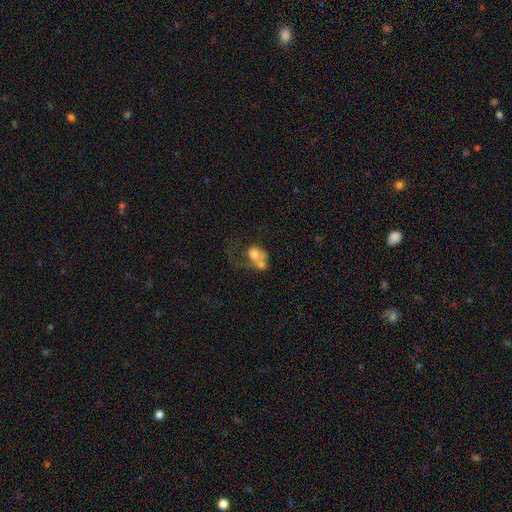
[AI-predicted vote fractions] Smooth or featured? smooth (54%)
How rounded? in between (50%)
Merging? merger (54%)